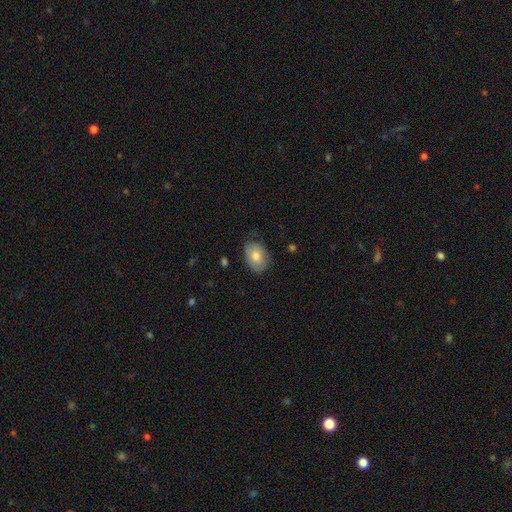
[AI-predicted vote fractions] A smooth galaxy with no disk features (76%) that is in between round and cigar-shaped (80%). Merging: none (72%).